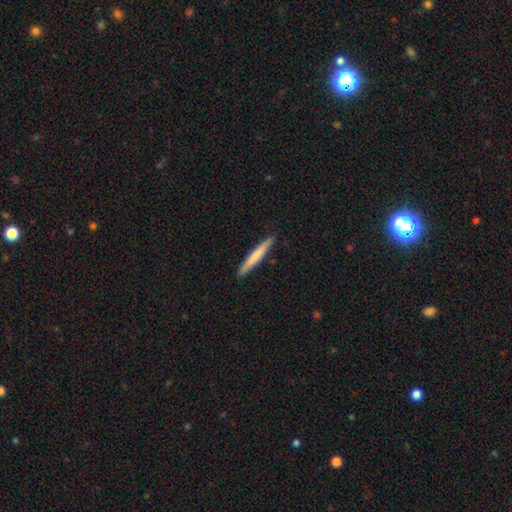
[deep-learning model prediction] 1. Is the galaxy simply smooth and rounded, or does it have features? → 67% smooth, 28% featured or disk, 5% star or artifact.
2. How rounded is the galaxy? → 96% cigar-shaped, 3% in between, 1% round.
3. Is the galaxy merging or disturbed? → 91% none, 7% minor disturbance, 1% major disturbance, 1% merger.